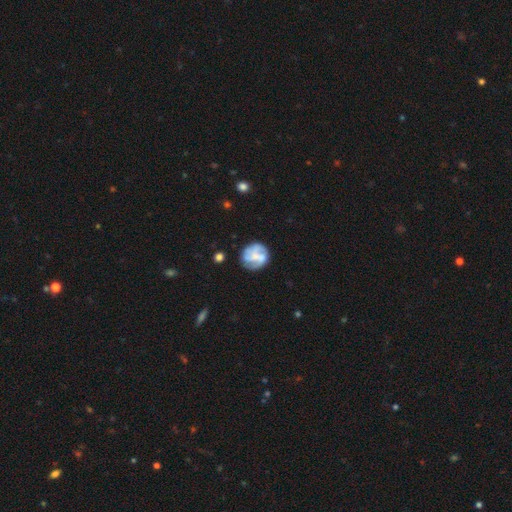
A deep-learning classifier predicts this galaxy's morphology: This appears to be a featured or disk galaxy (58%) with no bar (60%), spiral arms (67%) and a small central bulge (35%). Merging: none (66%).